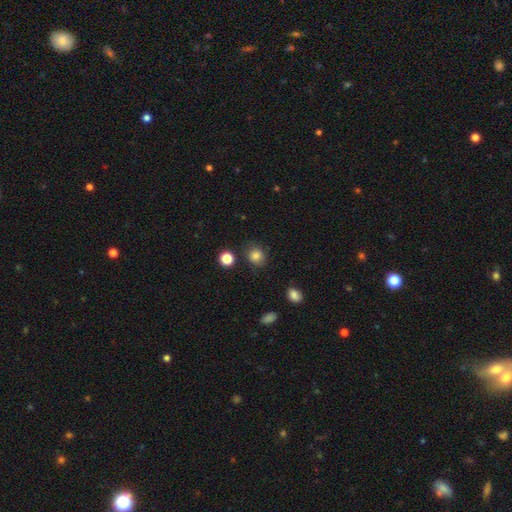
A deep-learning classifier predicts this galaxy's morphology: A smooth galaxy with no disk features (83%) that is round (77%).

Vote fractions:
- Smooth or featured? smooth: 83% / star or artifact: 12% / featured or disk: 5%
- How rounded? round: 77% / in between: 23% / cigar-shaped: 1%
- Merging? none: 80% / minor disturbance: 13% / major disturbance: 4% / merger: 3%